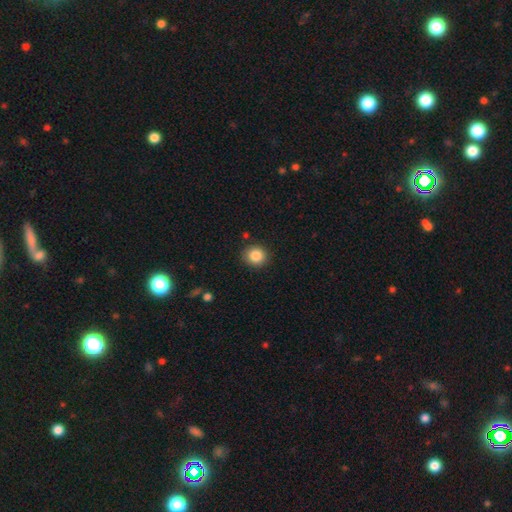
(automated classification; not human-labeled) Q: Smooth or featured?
A: smooth (86%); runner-up: star or artifact (9%)
Q: How rounded?
A: round (85%); runner-up: in between (14%)
Q: Merging?
A: none (89%); runner-up: minor disturbance (8%)